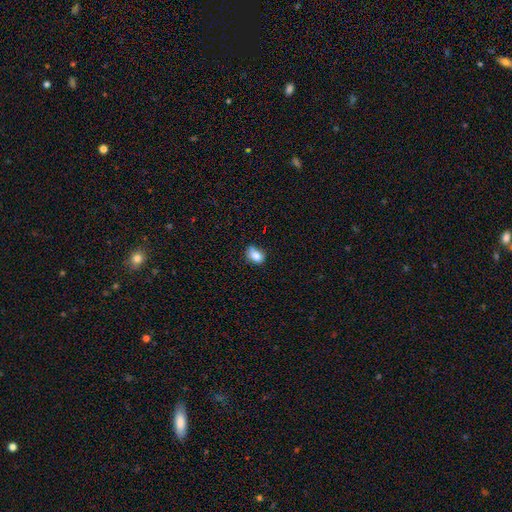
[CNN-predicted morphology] Smooth or featured? smooth (81%)
How rounded? in between (67%)
Merging? none (56%)